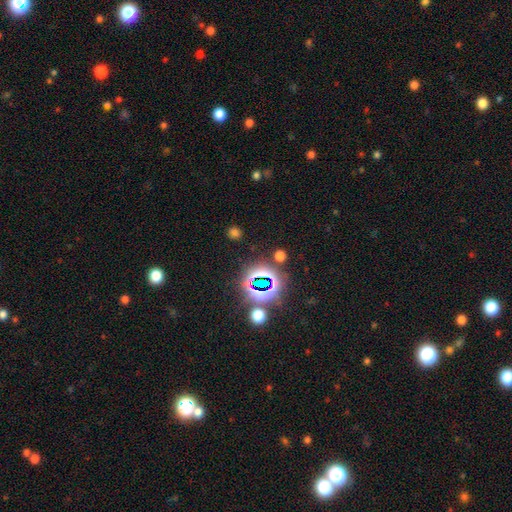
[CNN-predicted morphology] smooth-or-featured: star or artifact: 81% | smooth: 11% | featured or disk: 8%